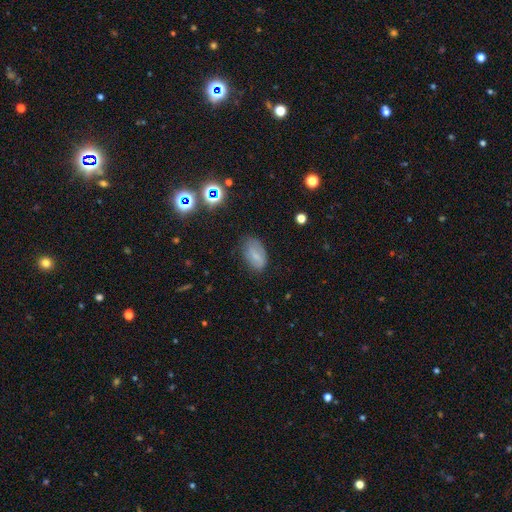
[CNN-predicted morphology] smooth 68%, featured or disk 20%, star or artifact 12%. Down the decision tree: how rounded — in between (91%); merging — none (68%).